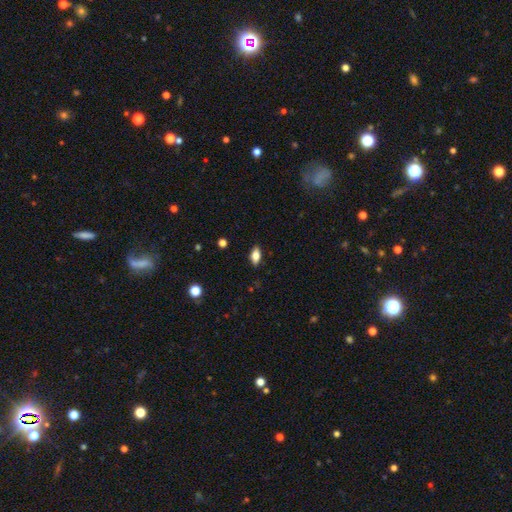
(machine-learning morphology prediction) Q: Smooth or featured?
A: smooth (76%); runner-up: featured or disk (16%)
Q: How rounded?
A: in between (87%); runner-up: cigar-shaped (8%)
Q: Merging?
A: none (87%); runner-up: minor disturbance (10%)